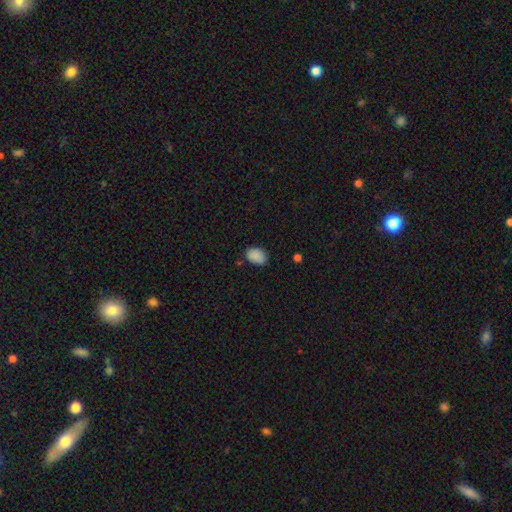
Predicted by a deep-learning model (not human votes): The model was most divided on "merging": none: 76%, minor disturbance: 19%, major disturbance: 3%, merger: 2%. More confident: smooth or featured — smooth (88%); how rounded — in between (81%).